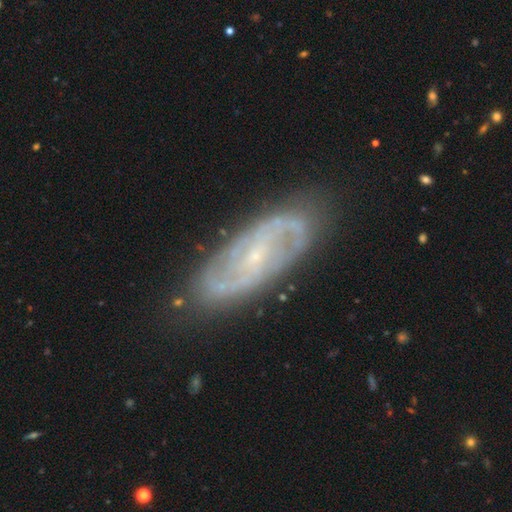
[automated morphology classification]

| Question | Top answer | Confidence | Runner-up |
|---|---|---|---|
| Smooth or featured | featured or disk | 85% | smooth (9%) |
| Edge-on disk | no | 92% | yes (8%) |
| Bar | no | 47% | weak (40%) |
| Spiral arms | yes | 95% | no (5%) |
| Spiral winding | medium | 46% | tight (37%) |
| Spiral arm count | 2 | 69% | can't tell (15%) |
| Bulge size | small | 80% | moderate (14%) |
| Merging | none | 79% | minor disturbance (15%) |